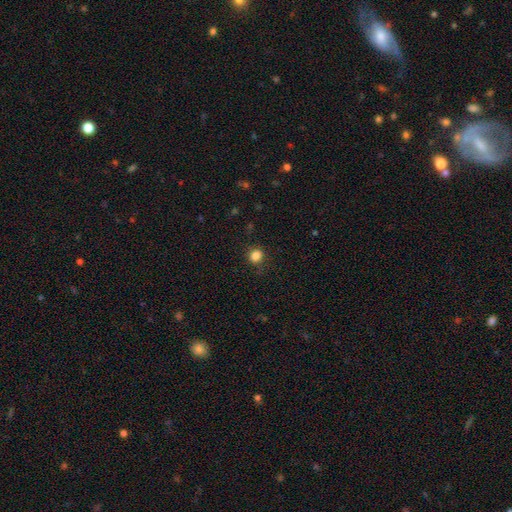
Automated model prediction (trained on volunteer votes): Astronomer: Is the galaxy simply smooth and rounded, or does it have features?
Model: smooth — 84%.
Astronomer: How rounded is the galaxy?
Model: round — 85%.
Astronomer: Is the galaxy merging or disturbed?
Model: none — 87%.